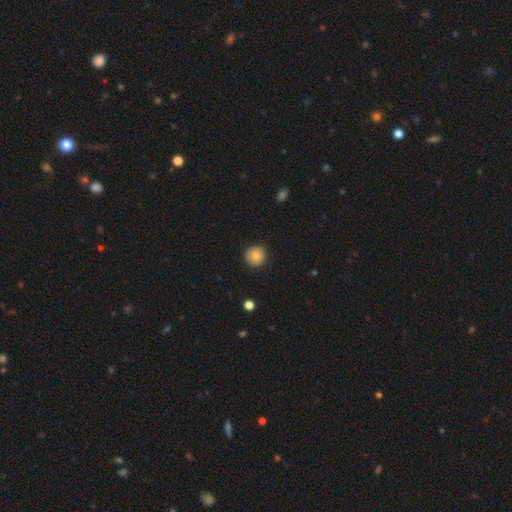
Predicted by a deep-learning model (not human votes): Overall: smooth (83%). How rounded: round (94%). Merging: none (90%).